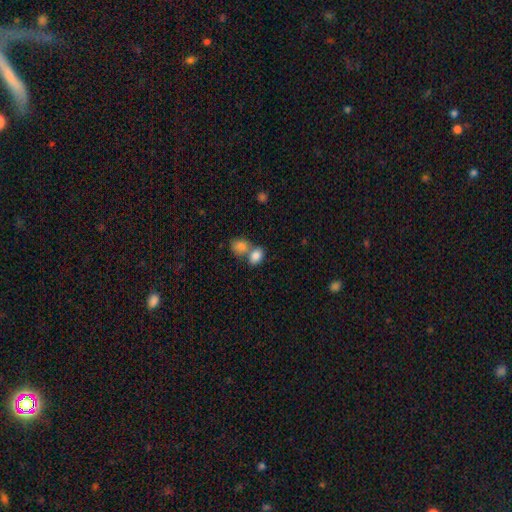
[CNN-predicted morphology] smooth_or_featured: smooth (p=0.85) [alt: star or artifact p=0.08]
how_rounded: in between (p=0.74) [alt: round p=0.25]
merging: merger (p=0.49) [alt: none p=0.39]